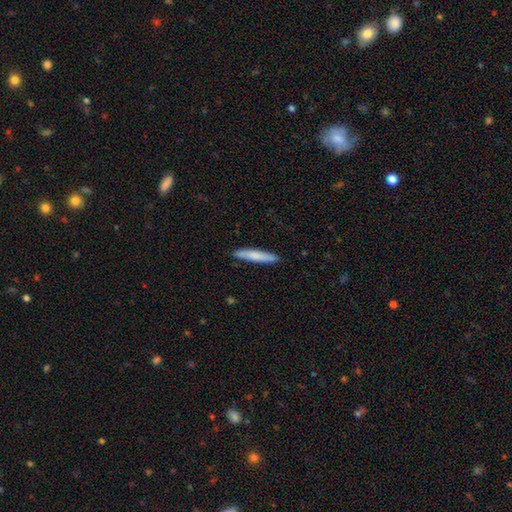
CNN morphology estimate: Smooth or featured: smooth — 74% (featured or disk — 20%)
How rounded: cigar-shaped — 93% (in between — 6%)
Merging: none — 89% (minor disturbance — 9%)